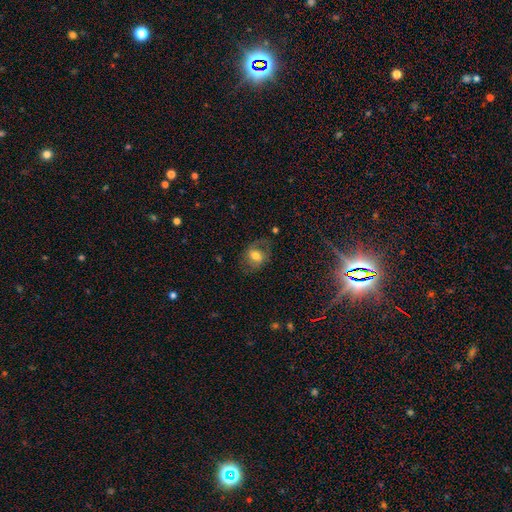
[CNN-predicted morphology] smooth_or_featured: smooth (p=0.49) [alt: featured or disk p=0.41]
merging: none (p=0.63) [alt: minor disturbance p=0.21]